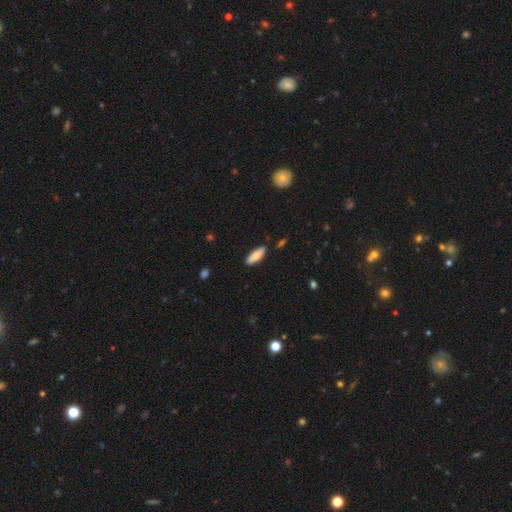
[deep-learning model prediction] The model was most divided on "how rounded": in between: 64%, cigar-shaped: 34%, round: 2%. More confident: merging — none (84%); smooth or featured — smooth (75%).